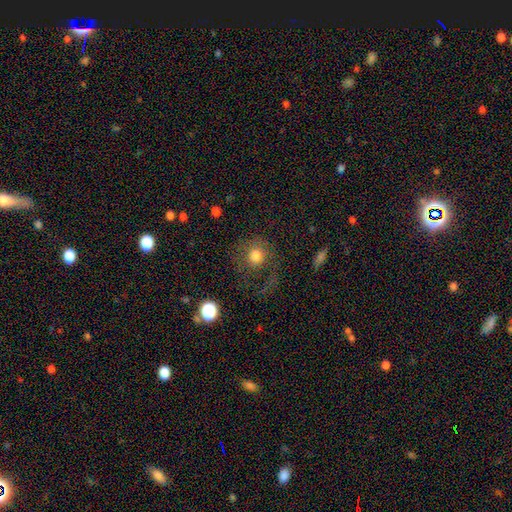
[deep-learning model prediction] A smooth galaxy with no disk features (69%) that is round (85%). Merging: none (57%).